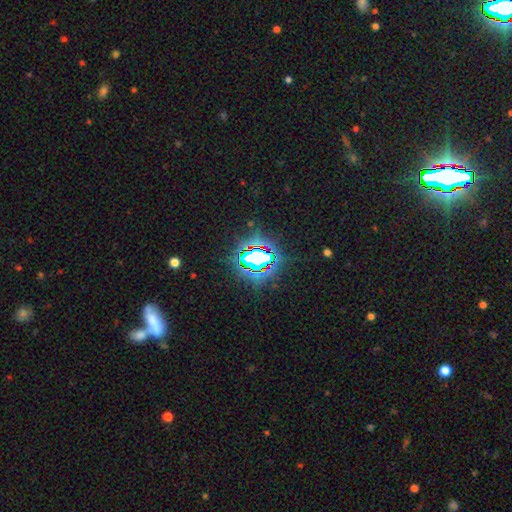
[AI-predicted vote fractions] smooth-or-featured: star or artifact: 80% | smooth: 12% | featured or disk: 8%